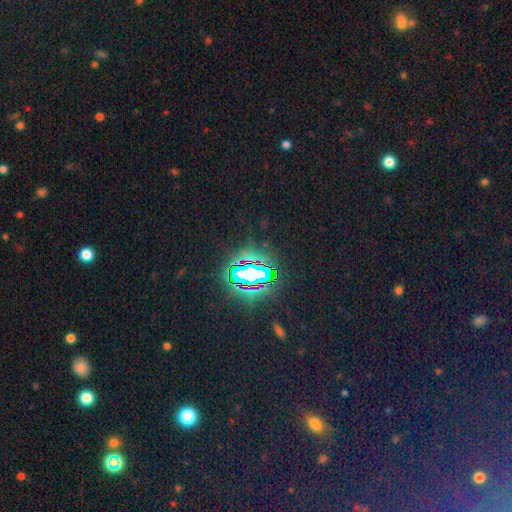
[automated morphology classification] Smooth or featured: star or artifact — 80% (smooth — 12%)